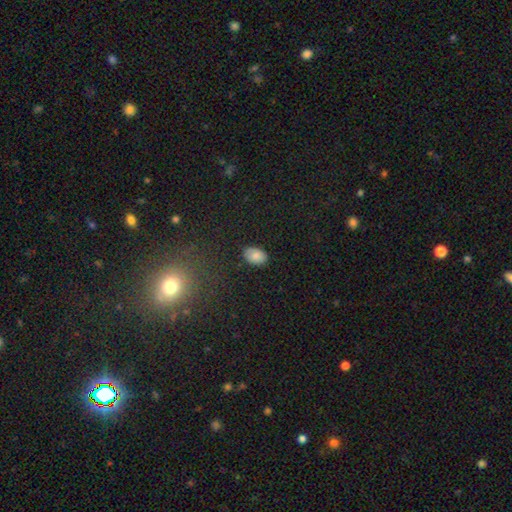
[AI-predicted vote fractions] Overall: smooth (83%). How rounded: in between (86%). Merging: none (82%).